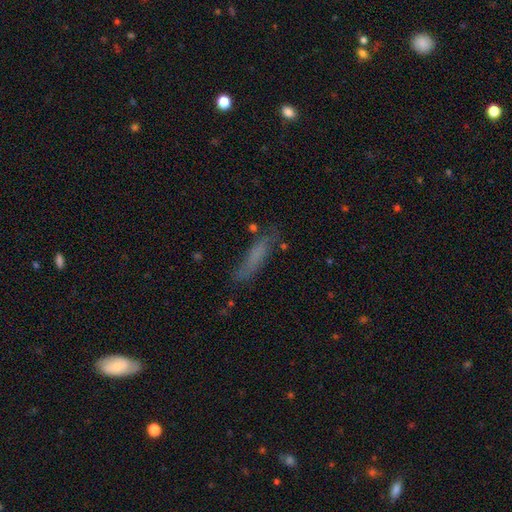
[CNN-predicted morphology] Smooth or featured? Predicted: smooth (p=0.60). How rounded? Predicted: cigar-shaped (p=0.73). Merging? Predicted: none (p=0.61).